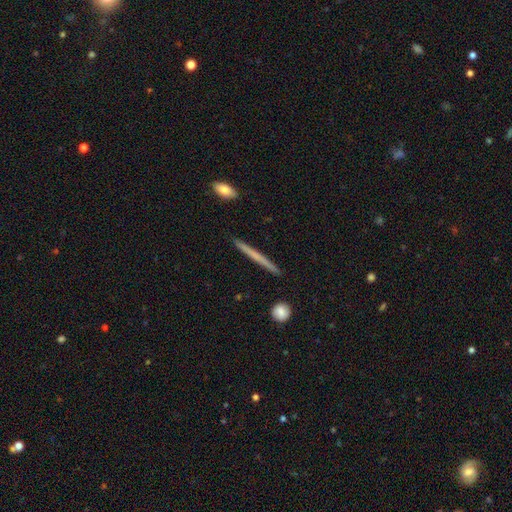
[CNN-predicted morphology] smooth 49%, featured or disk 45%, star or artifact 6%. Down the decision tree: merging — none (92%).